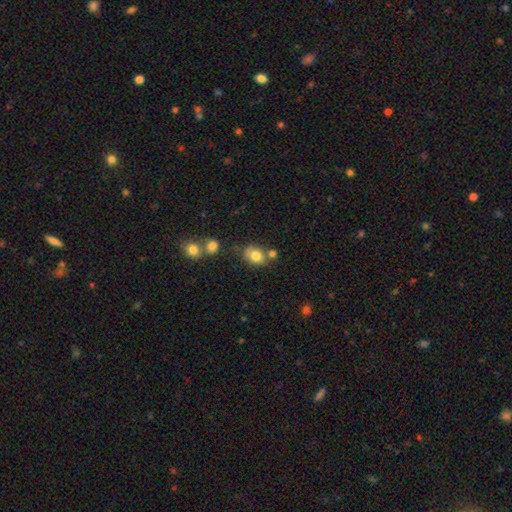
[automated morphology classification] smooth 80%, featured or disk 10%, star or artifact 9%. Down the decision tree: how rounded — in between (59%); merging — none (56%).